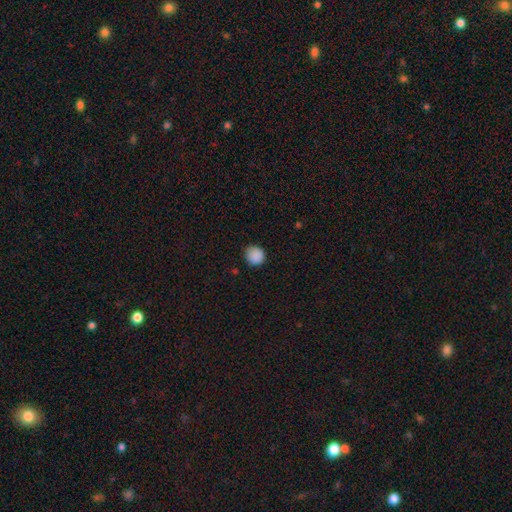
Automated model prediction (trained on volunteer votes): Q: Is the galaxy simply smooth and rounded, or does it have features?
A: smooth — 88%.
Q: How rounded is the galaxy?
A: round — 91%.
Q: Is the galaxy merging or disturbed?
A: none — 86%.